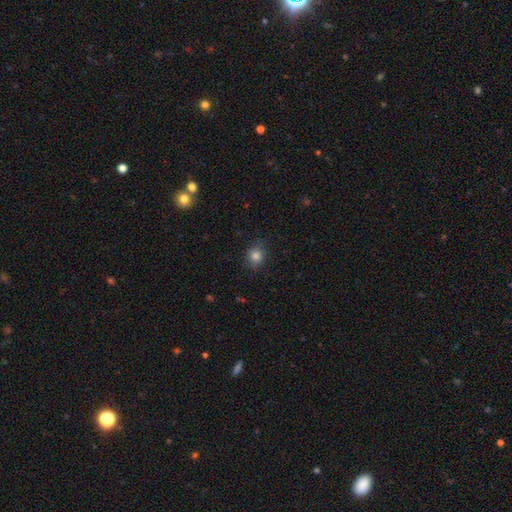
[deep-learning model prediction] smooth-or-featured: smooth: 84% | star or artifact: 11% | featured or disk: 5%
  how-rounded: round: 71% | in between: 28% | cigar-shaped: 1%
  merging: none: 84% | minor disturbance: 12% | major disturbance: 3% | merger: 1%